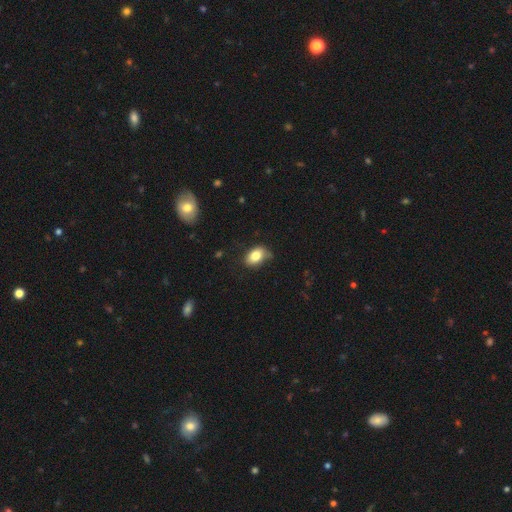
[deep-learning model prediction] Smooth or featured? Predicted: smooth (p=0.81). How rounded? Predicted: in between (p=0.84). Merging? Predicted: none (p=0.63).